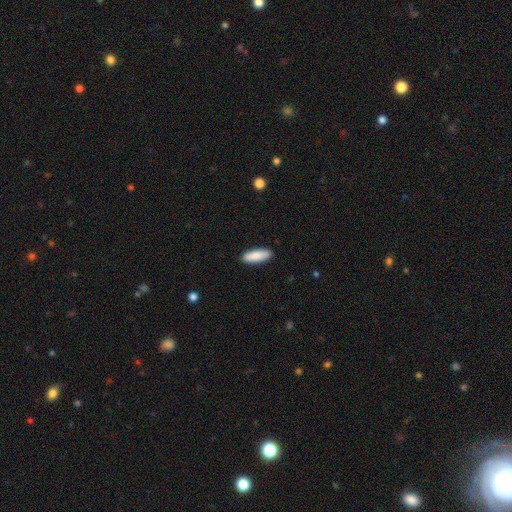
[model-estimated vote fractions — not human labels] Smooth or featured?
  - smooth: 88% *
  - featured or disk: 7%
  - star or artifact: 6%
How rounded?
  - in between: 55% *
  - cigar-shaped: 43%
  - round: 2%
Merging?
  - none: 90% *
  - minor disturbance: 7%
  - major disturbance: 2%
  - merger: 1%